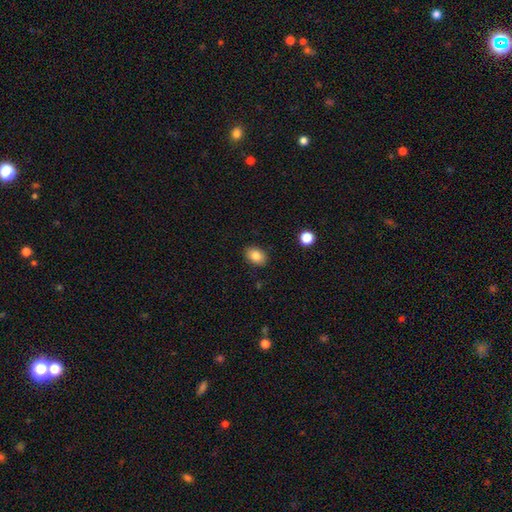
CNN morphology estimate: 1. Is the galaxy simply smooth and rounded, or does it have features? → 84% smooth, 9% star or artifact, 7% featured or disk.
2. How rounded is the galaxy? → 76% in between, 23% round, 1% cigar-shaped.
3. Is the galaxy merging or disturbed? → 87% none, 9% minor disturbance, 2% major disturbance, 1% merger.